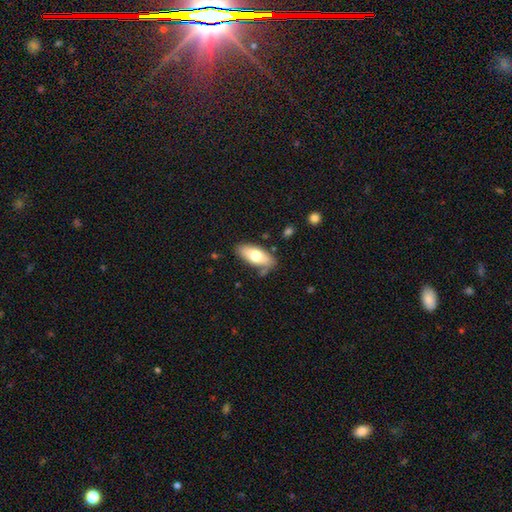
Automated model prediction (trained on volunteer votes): A smooth galaxy with no disk features (68%) that is in between round and cigar-shaped (85%). Merging: none (78%).